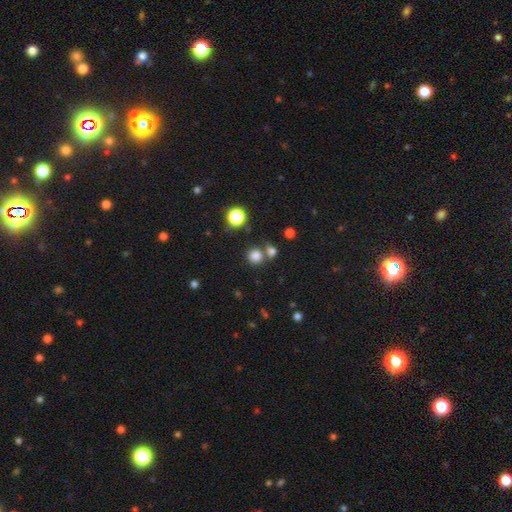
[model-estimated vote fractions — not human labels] Smooth or featured: smooth — 79% (star or artifact — 15%)
How rounded: round — 90% (in between — 9%)
Merging: none — 66% (merger — 23%)